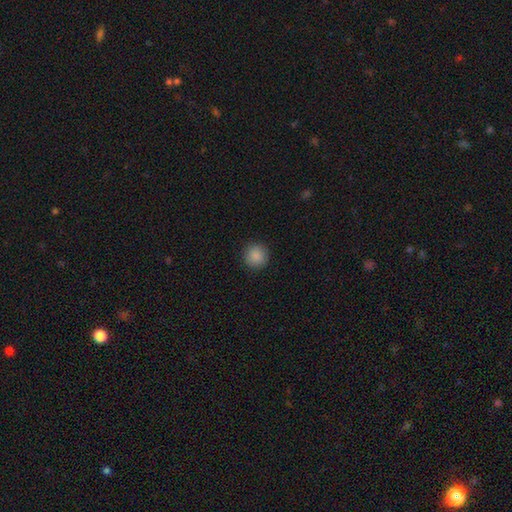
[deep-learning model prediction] A smooth galaxy with no disk features (88%) that is round (94%).

Vote fractions:
- Smooth or featured? smooth: 88% / star or artifact: 9% / featured or disk: 3%
- How rounded? round: 94% / in between: 5% / cigar-shaped: 1%
- Merging? none: 91% / minor disturbance: 6% / major disturbance: 2% / merger: 1%